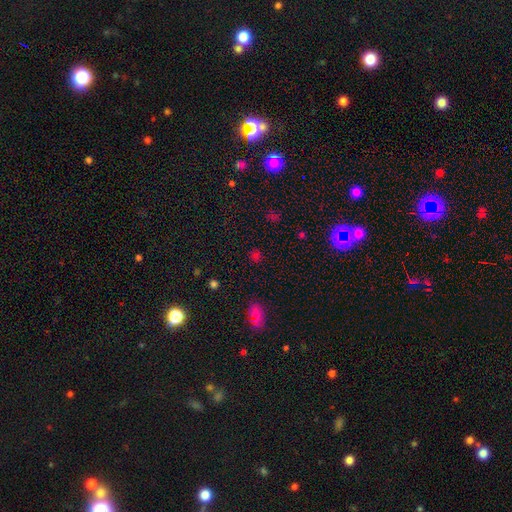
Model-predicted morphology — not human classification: smooth 59%, star or artifact 35%, featured or disk 6%. Down the decision tree: how rounded — round (76%); merging — none (84%).